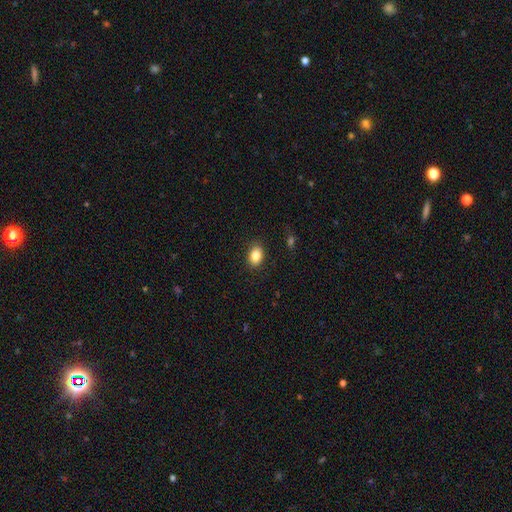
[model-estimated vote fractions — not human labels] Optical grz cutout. It shows a smooth galaxy with no disk features (86%) that is in between round and cigar-shaped (78%). Merging: none (87%).